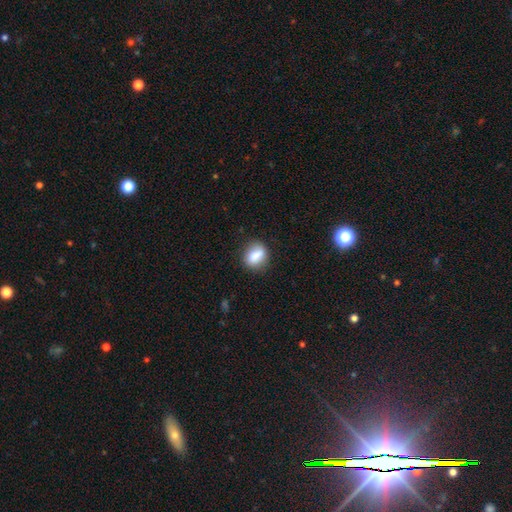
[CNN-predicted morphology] A smooth galaxy with no disk features (81%) that is in between round and cigar-shaped (51%).

Vote fractions:
- Smooth or featured? smooth: 81% / featured or disk: 11% / star or artifact: 8%
- How rounded? in between: 51% / round: 46% / cigar-shaped: 3%
- Merging? none: 76% / minor disturbance: 16% / major disturbance: 4% / merger: 3%